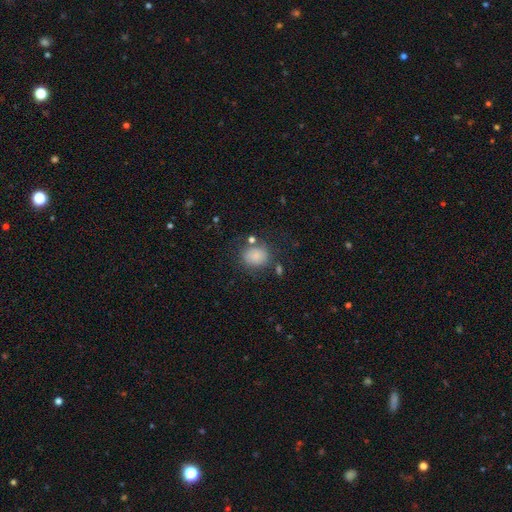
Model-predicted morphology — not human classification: Smooth or featured? smooth (81%)
How rounded? round (69%)
Merging? none (71%)